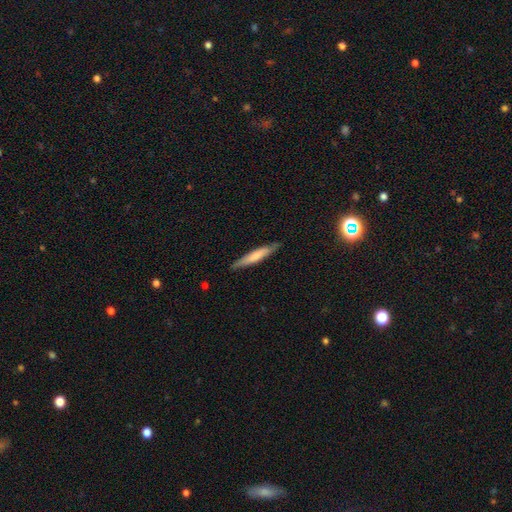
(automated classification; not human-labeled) Overall: smooth (64%; featured or disk 31%). How rounded: cigar-shaped (91%). Merging: none (86%).